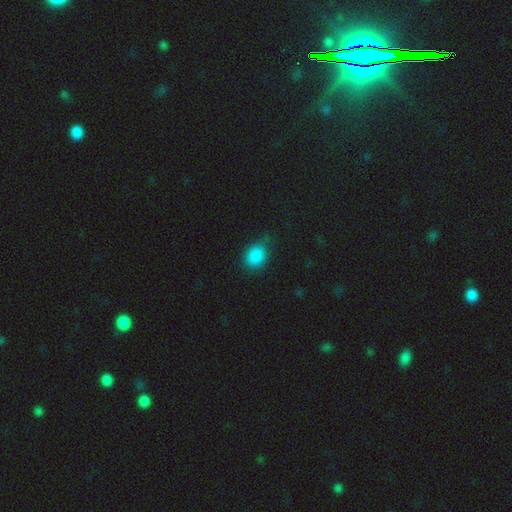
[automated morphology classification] A smooth galaxy with no disk features (86%) that is in between round and cigar-shaped (50%).

Vote fractions:
- Smooth or featured? smooth: 86% / star or artifact: 10% / featured or disk: 4%
- How rounded? in between: 50% / round: 48% / cigar-shaped: 1%
- Merging? none: 67% / minor disturbance: 25% / major disturbance: 6% / merger: 2%